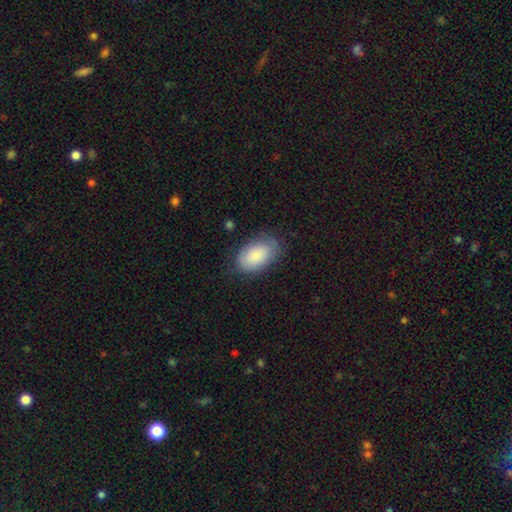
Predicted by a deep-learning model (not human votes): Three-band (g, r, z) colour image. It shows a smooth galaxy with no disk features (84%) that is in between round and cigar-shaped (94%). Merging: none (75%).